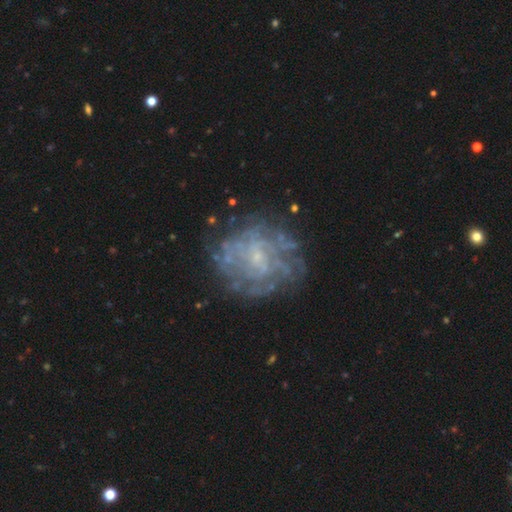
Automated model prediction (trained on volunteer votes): Smooth or featured? Predicted: featured or disk (p=0.72). Edge-on disk? Predicted: no (p=0.97). Bar? Predicted: no (p=0.62). Spiral arms? Predicted: yes (p=0.66). Bulge size? Predicted: small (p=0.71). Merging? Predicted: none (p=0.74).